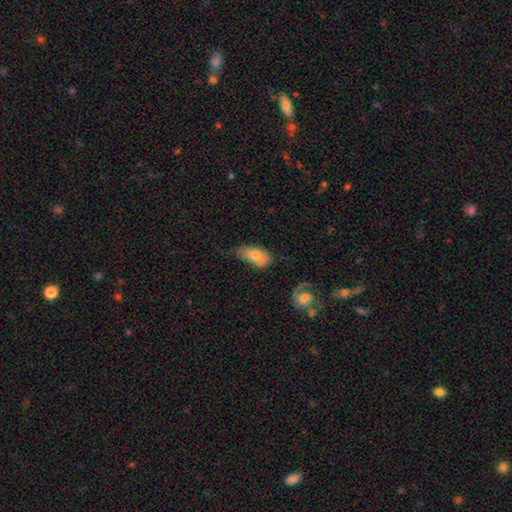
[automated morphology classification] This appears to be a smooth galaxy with no disk features (67%) that is in between round and cigar-shaped (88%). Merging: none (37%).